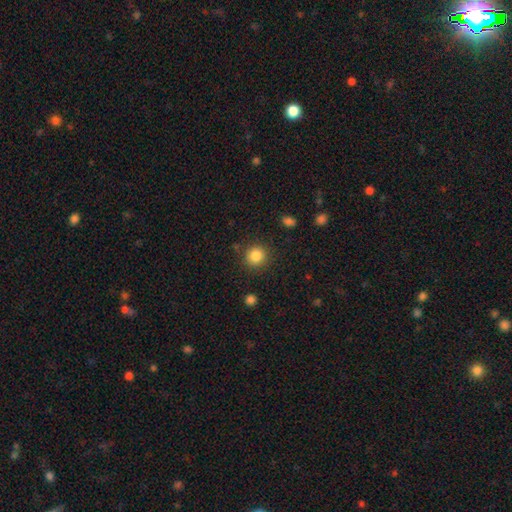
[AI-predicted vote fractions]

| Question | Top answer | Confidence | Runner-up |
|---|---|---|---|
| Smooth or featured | smooth | 85% | star or artifact (11%) |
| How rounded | round | 92% | in between (7%) |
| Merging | none | 87% | minor disturbance (8%) |